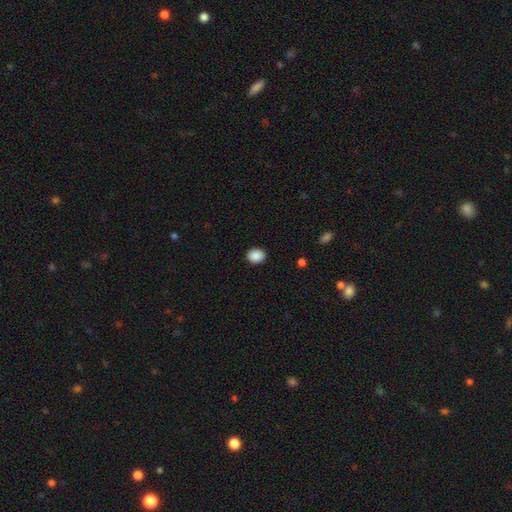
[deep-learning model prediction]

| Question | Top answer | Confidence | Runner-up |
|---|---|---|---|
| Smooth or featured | smooth | 89% | star or artifact (8%) |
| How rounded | in between | 52% | round (47%) |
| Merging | none | 91% | minor disturbance (7%) |